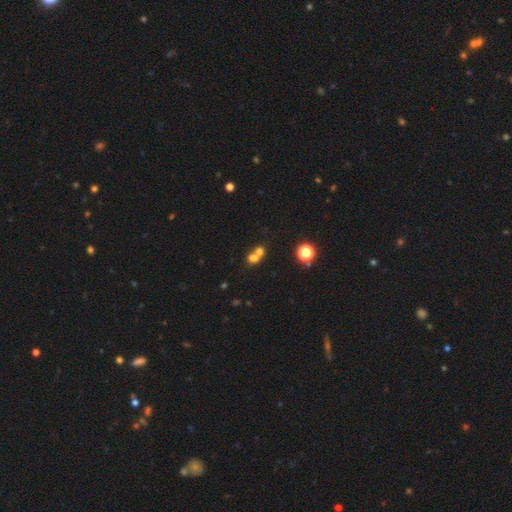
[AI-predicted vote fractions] Smooth or featured? smooth (66%)
How rounded? round (71%)
Merging? merger (62%)